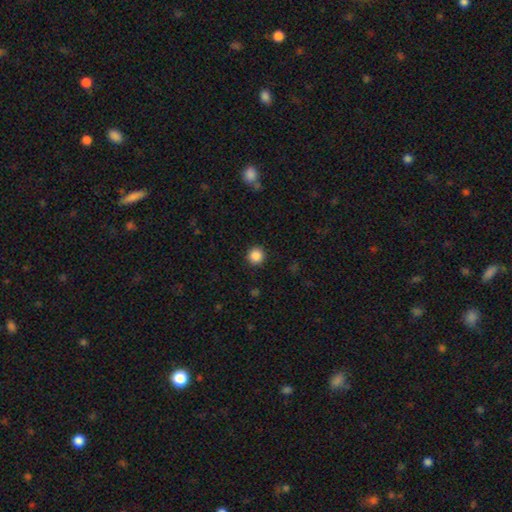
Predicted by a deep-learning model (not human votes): A smooth galaxy with no disk features (87%) that is round (95%). Merging: none (92%).